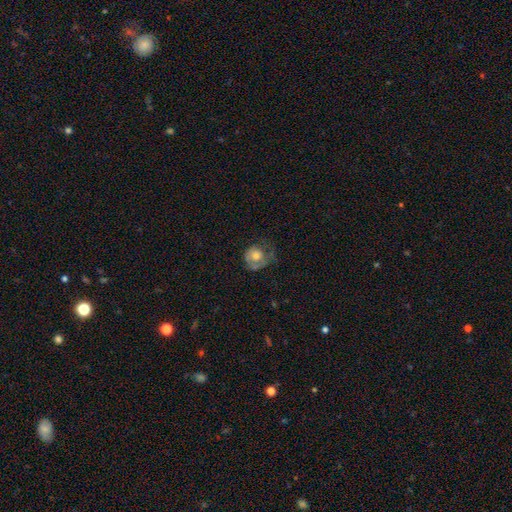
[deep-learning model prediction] smooth-or-featured: smooth: 52% | featured or disk: 40% | star or artifact: 8%
  how-rounded: round: 71% | in between: 28% | cigar-shaped: 1%
  merging: none: 35% (tied) | major disturbance: 35% (tied) | minor disturbance: 27% | merger: 2%